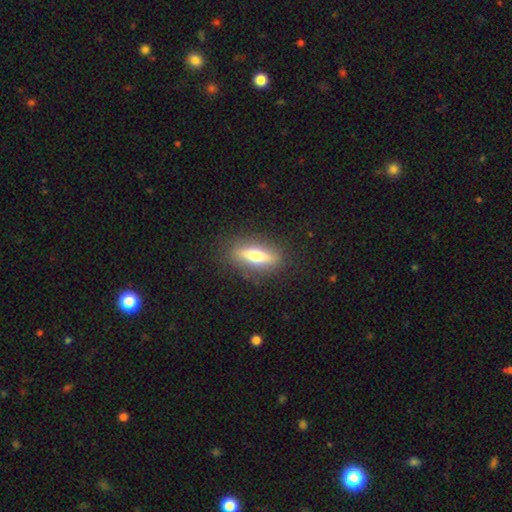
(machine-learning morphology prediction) This is possibly a smooth galaxy (53%). How rounded: possibly cigar-shaped (50%). Merging: clearly none (85%).